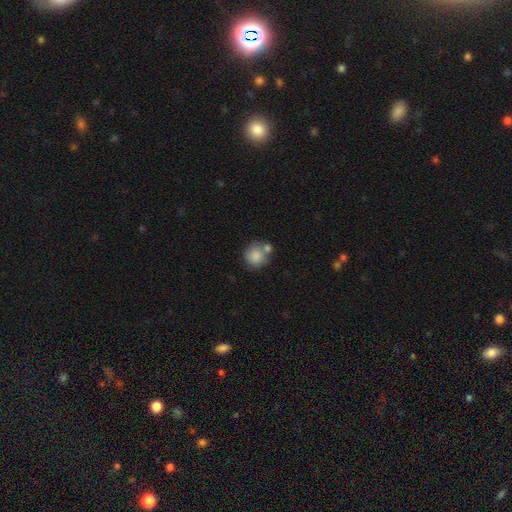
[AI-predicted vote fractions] This appears to be a smooth galaxy with no disk features (84%) that is round (88%). Merging: none (54%).